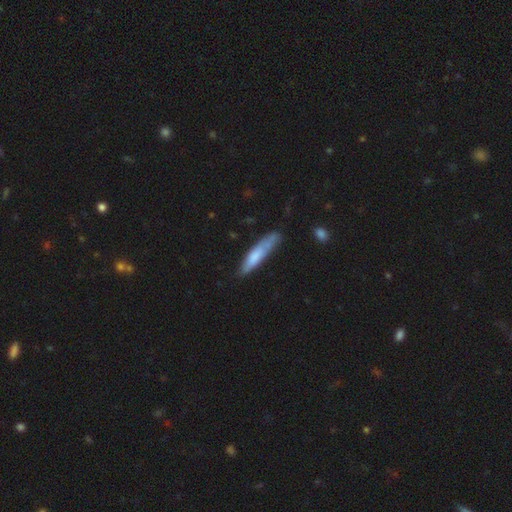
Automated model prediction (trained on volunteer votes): The model was most divided on "merging": none: 63%, minor disturbance: 26%, major disturbance: 7%, merger: 4%. More confident: how rounded — cigar-shaped (81%); smooth or featured — smooth (68%).